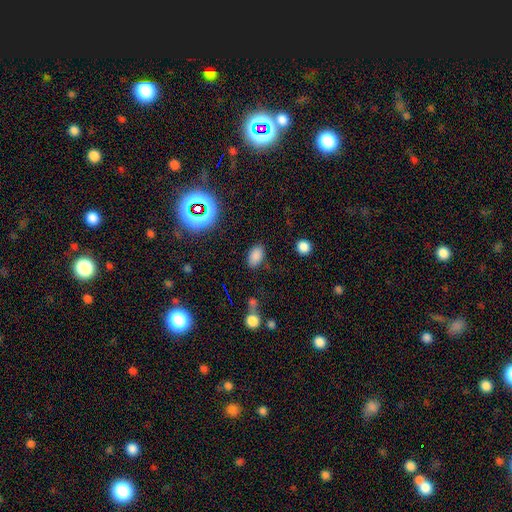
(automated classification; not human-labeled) Smooth or featured?
  - smooth: 79% *
  - star or artifact: 16%
  - featured or disk: 6%
How rounded?
  - in between: 89% *
  - round: 9%
  - cigar-shaped: 2%
Merging?
  - none: 83% *
  - minor disturbance: 11%
  - major disturbance: 4%
  - merger: 2%